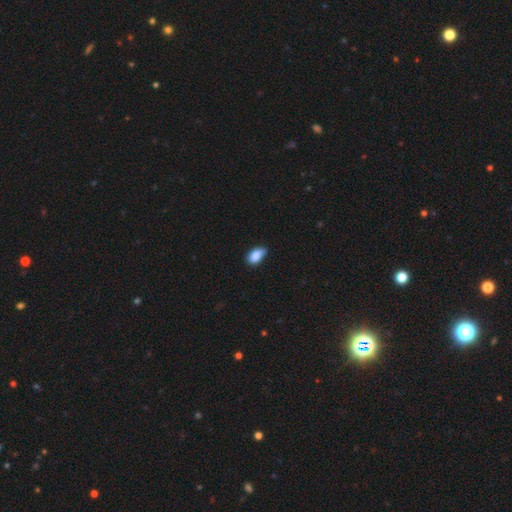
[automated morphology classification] smooth 86%, star or artifact 8%, featured or disk 6%. Down the decision tree: how rounded — in between (90%); merging — none (62%).